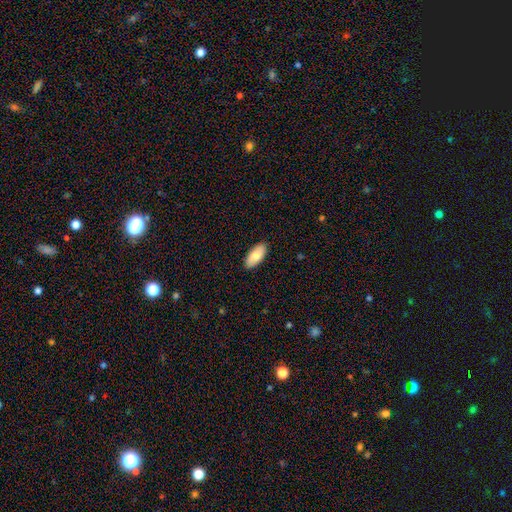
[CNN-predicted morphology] Overall: smooth (81%). How rounded: in between (92%). Merging: none (89%).